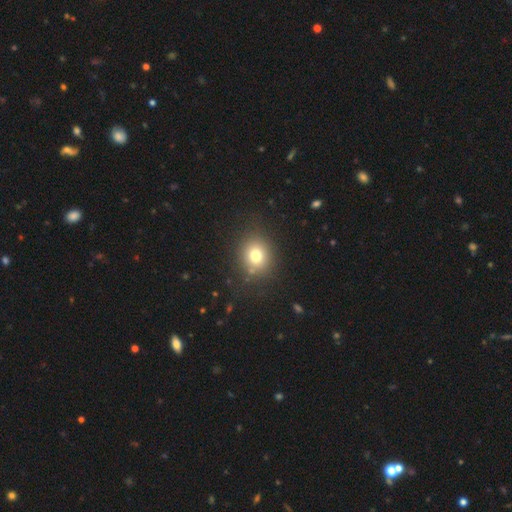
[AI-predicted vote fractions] smooth-or-featured: smooth: 75% | star or artifact: 14% | featured or disk: 11%
  how-rounded: round: 77% | in between: 22% | cigar-shaped: 1%
  merging: none: 84% | minor disturbance: 9% | major disturbance: 4% | merger: 3%